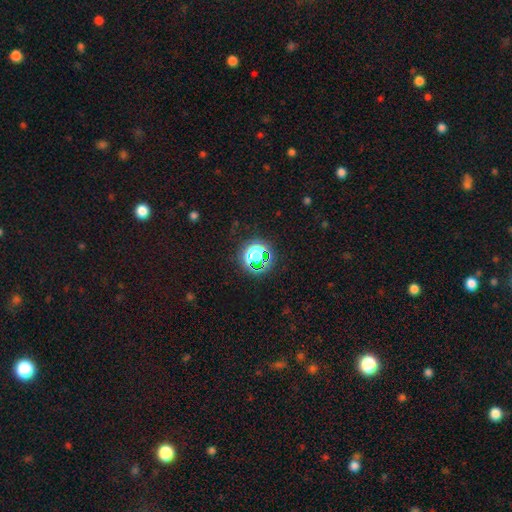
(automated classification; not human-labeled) Overall: star or artifact (58%; smooth 31%).